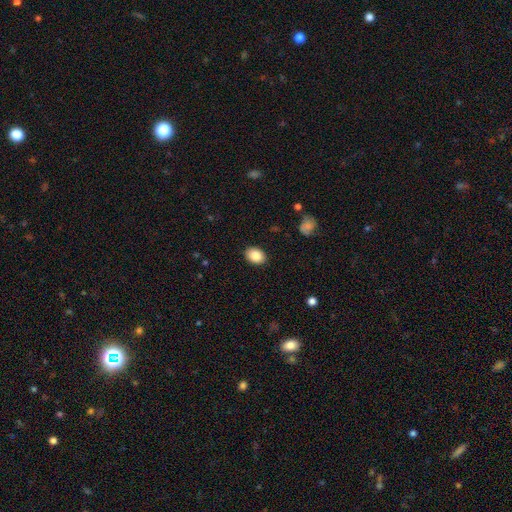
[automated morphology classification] smooth 86%, star or artifact 8%, featured or disk 6%. Down the decision tree: how rounded — in between (72%); merging — none (89%).